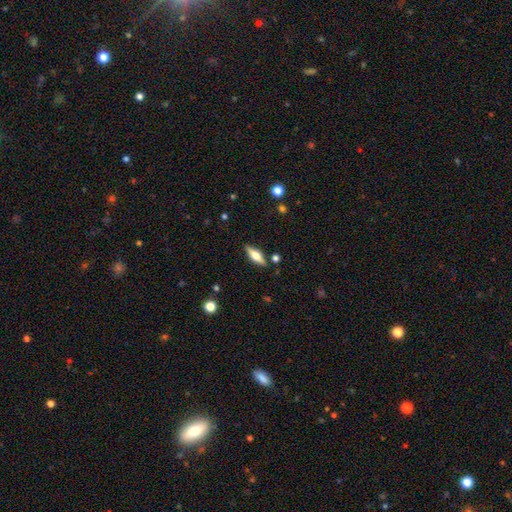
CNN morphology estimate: Smooth or featured? featured or disk (54%)
Edge-on disk? yes (93%)
Edge-on bulge? rounded (91%)
Merging? none (86%)